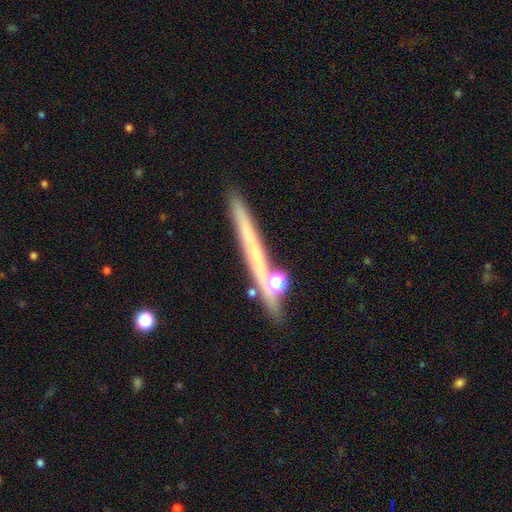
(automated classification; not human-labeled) Q: Smooth or featured?
A: featured or disk (50%); runner-up: smooth (40%)
Q: Edge-on disk?
A: yes (92%); runner-up: no (8%)
Q: Merging?
A: none (78%); runner-up: minor disturbance (11%)